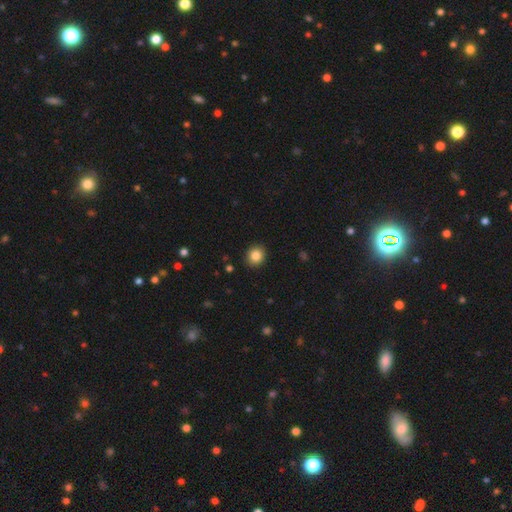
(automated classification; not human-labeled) The model was most divided on "how rounded": round: 78%, in between: 21%, cigar-shaped: 1%. More confident: merging — none (91%); smooth or featured — smooth (85%).